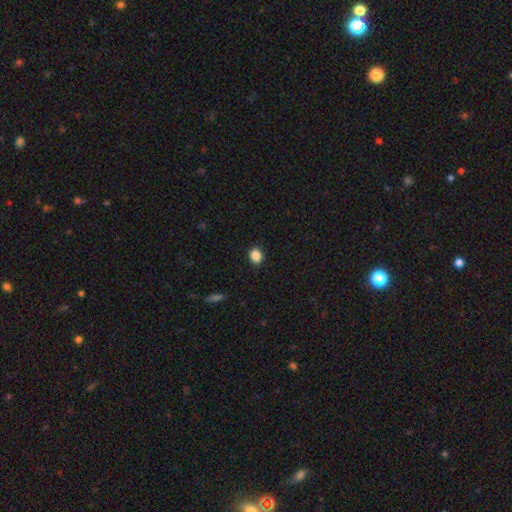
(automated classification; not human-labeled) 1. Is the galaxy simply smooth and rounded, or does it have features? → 86% smooth, 10% star or artifact, 4% featured or disk.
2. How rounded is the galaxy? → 61% round, 38% in between, 1% cigar-shaped.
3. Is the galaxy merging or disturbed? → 90% none, 7% minor disturbance, 2% major disturbance, 1% merger.